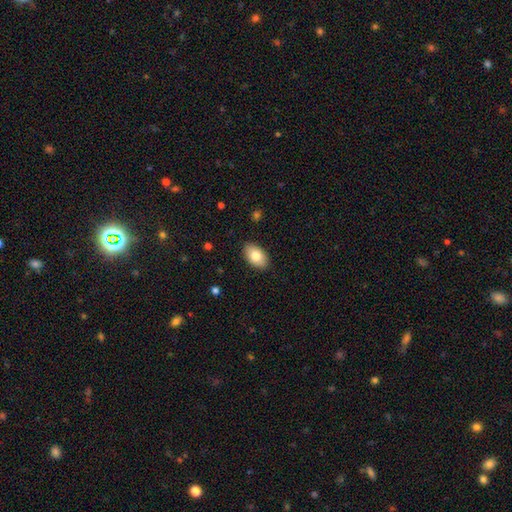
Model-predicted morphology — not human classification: type=smooth (80%); roundness=in between (92%); merging=none (88%).